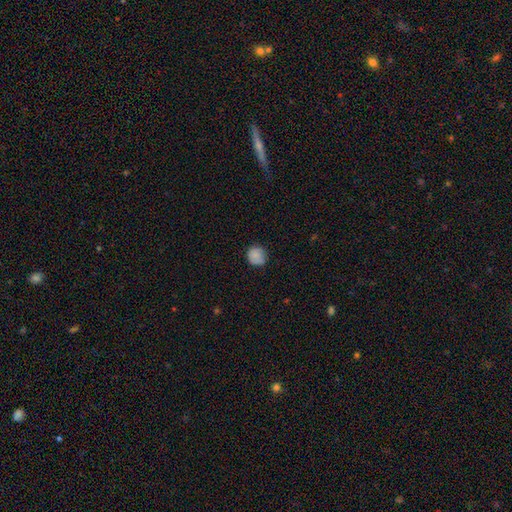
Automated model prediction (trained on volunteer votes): Q: Smooth or featured?
A: smooth (84%); runner-up: star or artifact (9%)
Q: How rounded?
A: round (84%); runner-up: in between (15%)
Q: Merging?
A: none (76%); runner-up: minor disturbance (19%)